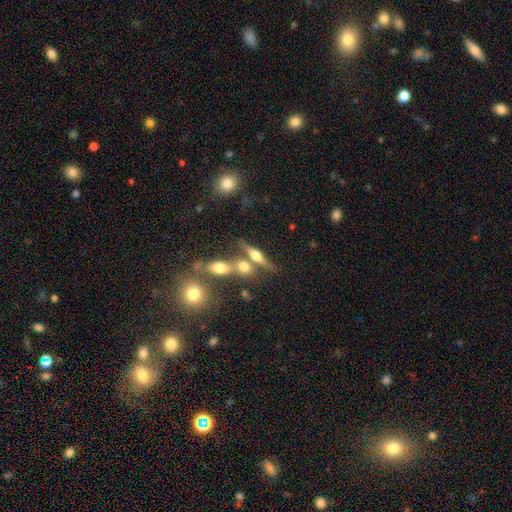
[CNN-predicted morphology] This is possibly a featured or disk galaxy (55%). It is clearly viewed edge-on (88%). Merging: possibly none (54%).